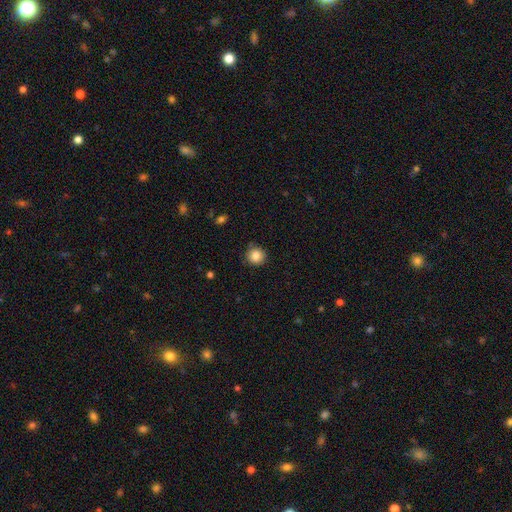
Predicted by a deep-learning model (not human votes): Q: Smooth or featured?
A: smooth (84%); runner-up: star or artifact (10%)
Q: How rounded?
A: round (92%); runner-up: in between (7%)
Q: Merging?
A: none (85%); runner-up: minor disturbance (11%)